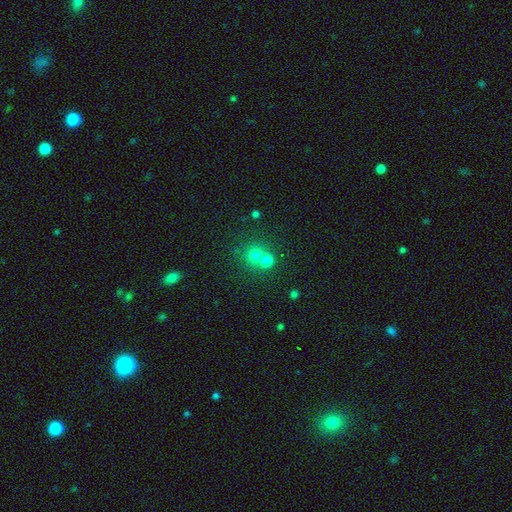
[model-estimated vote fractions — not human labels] A smooth galaxy with no disk features (73%) that is round (88%).

Vote fractions:
- Smooth or featured? smooth: 73% / star or artifact: 17% / featured or disk: 10%
- How rounded? round: 88% / in between: 11% / cigar-shaped: 1%
- Merging? none: 49% / merger: 43% / minor disturbance: 5% / major disturbance: 3%